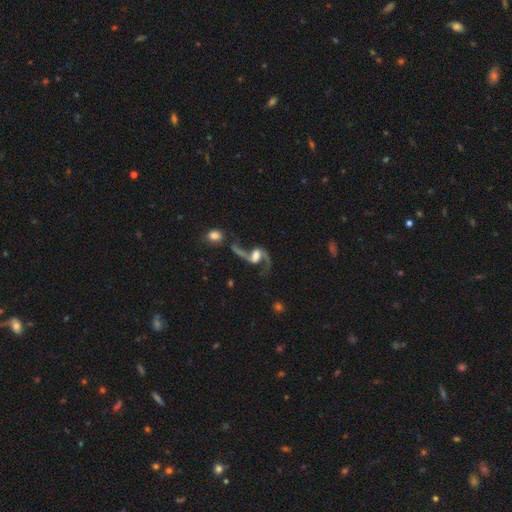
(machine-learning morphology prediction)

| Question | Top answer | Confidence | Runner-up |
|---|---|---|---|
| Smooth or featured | featured or disk | 85% | smooth (8%) |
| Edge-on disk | no | 96% | yes (4%) |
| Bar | weak | 42% | no (36%) |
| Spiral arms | yes | 94% | no (6%) |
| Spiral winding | loose | 79% | medium (17%) |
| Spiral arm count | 2 | 90% | 1 (5%) |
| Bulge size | moderate | 40% | large (33%) |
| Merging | none | 47% | major disturbance (21%) |